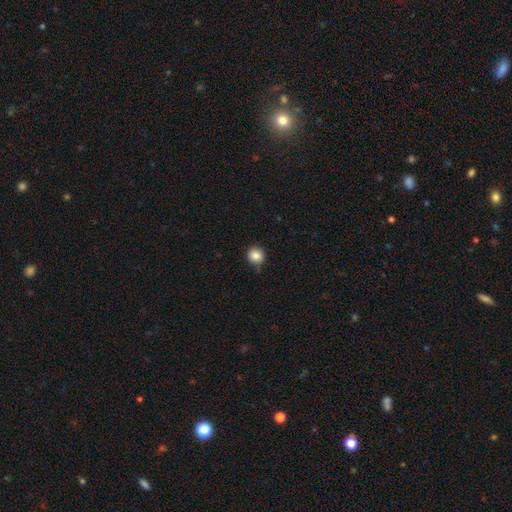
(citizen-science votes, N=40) Morphology: type=smooth (88%); roundness=round (86%); merging=none (92%).